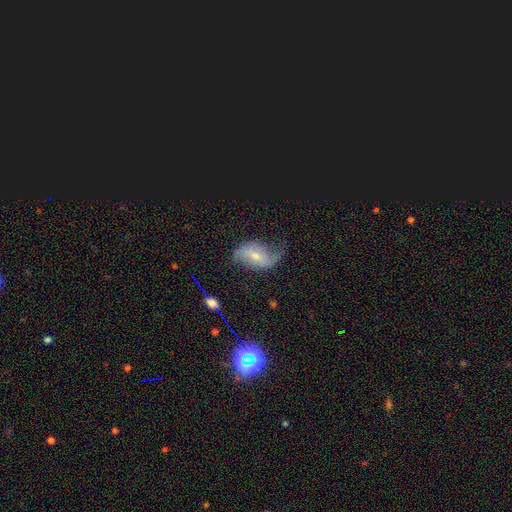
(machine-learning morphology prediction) This is likely a featured or disk galaxy (69%). It is clearly not viewed edge-on (95%). Bar: possibly weak (46%). Spiral arm pattern: clearly yes (89%). Spiral arm count: likely 2 (80%). Spiral winding: likely loose (80%). Central bulge: possibly small (51%). Merging: possibly none (50%).